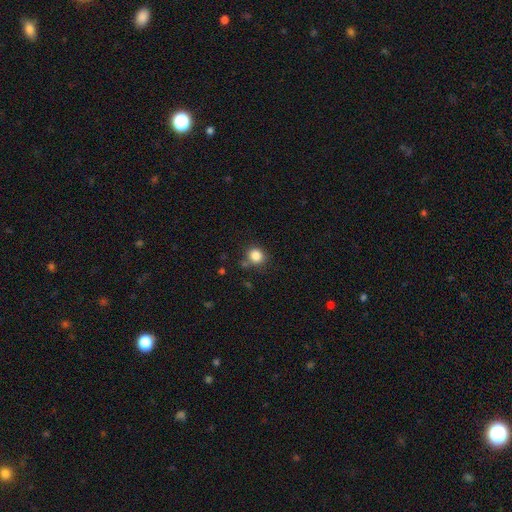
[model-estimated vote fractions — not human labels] The model was most divided on "merging": none: 75%, minor disturbance: 14%, merger: 6%, major disturbance: 4%. More confident: smooth or featured — smooth (85%); how rounded — round (80%).